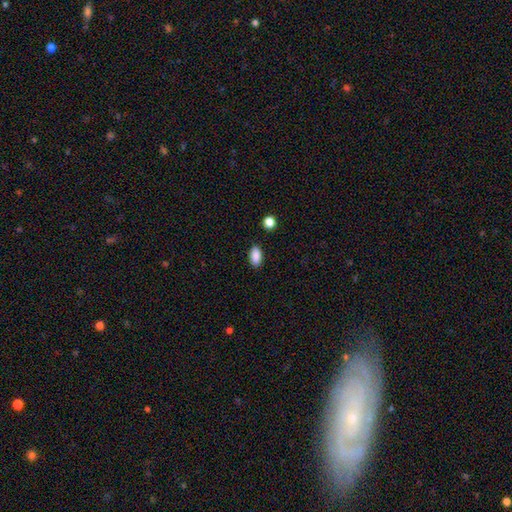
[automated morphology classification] Overall: smooth (89%). How rounded: in between (91%). Merging: none (87%).